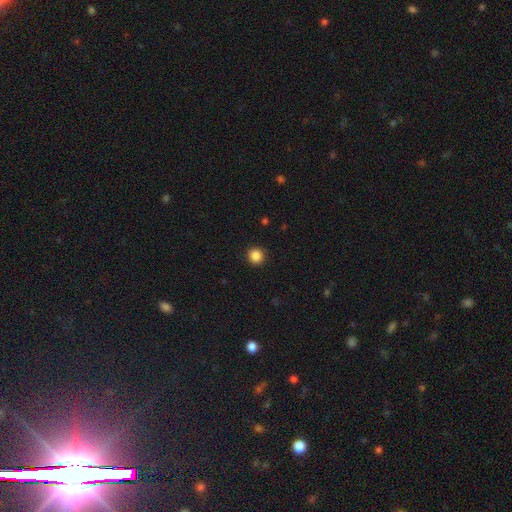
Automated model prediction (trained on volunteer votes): This appears to be a smooth galaxy with no disk features (86%) that is round (94%). Merging: none (92%).